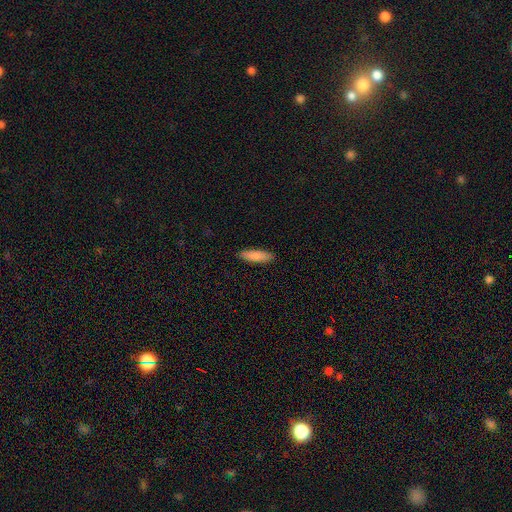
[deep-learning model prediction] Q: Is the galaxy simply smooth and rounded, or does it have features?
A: smooth — 85%.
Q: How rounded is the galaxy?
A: cigar-shaped — 60%.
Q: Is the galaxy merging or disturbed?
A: none — 89%.